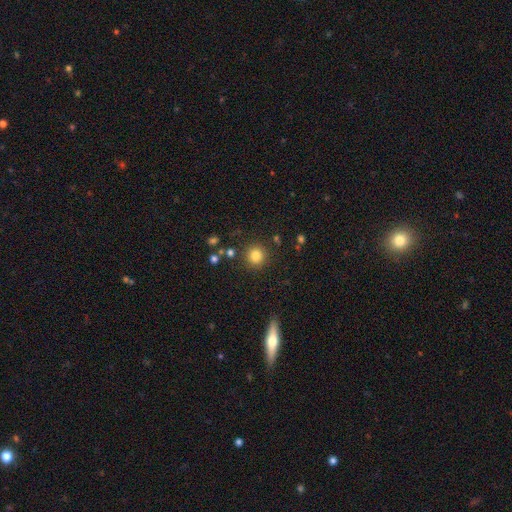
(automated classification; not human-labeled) A smooth galaxy with no disk features (82%) that is round (93%).

Vote fractions:
- Smooth or featured? smooth: 82% / star or artifact: 12% / featured or disk: 6%
- How rounded? round: 93% / in between: 6% / cigar-shaped: 1%
- Merging? none: 88% / minor disturbance: 7% / major disturbance: 3% / merger: 3%